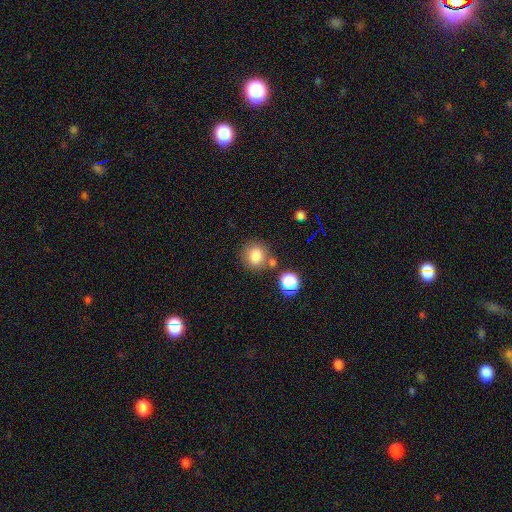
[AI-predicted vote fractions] Morphology: type=smooth (81%); roundness=round (87%); merging=none (72%).